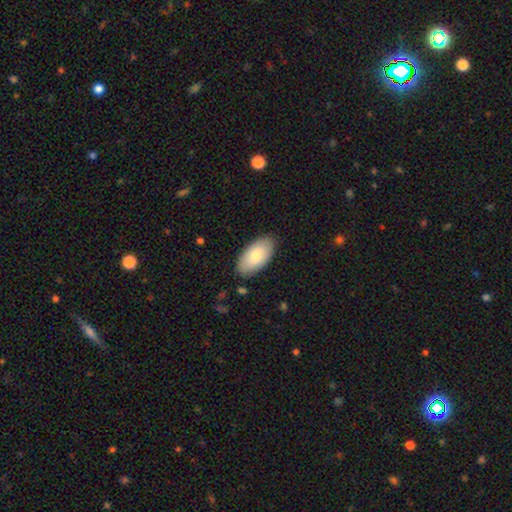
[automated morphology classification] Smooth or featured: smooth — 76% (featured or disk — 19%)
How rounded: in between — 95% (cigar-shaped — 3%)
Merging: none — 85% (minor disturbance — 11%)